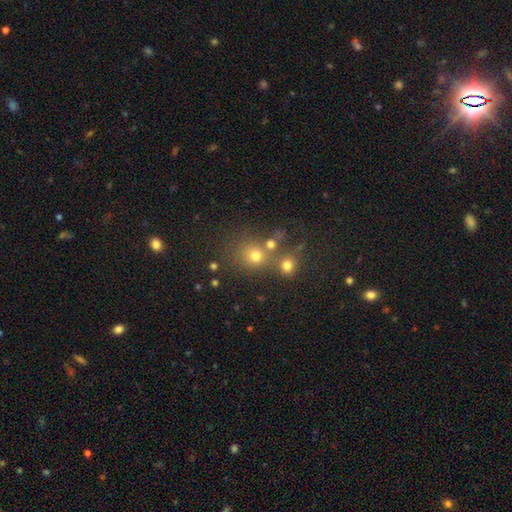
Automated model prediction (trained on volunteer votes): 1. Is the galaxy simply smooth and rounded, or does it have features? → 68% smooth, 21% star or artifact, 11% featured or disk.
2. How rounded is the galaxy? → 82% round, 17% in between, 1% cigar-shaped.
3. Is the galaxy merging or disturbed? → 54% none, 31% merger, 9% minor disturbance, 5% major disturbance.